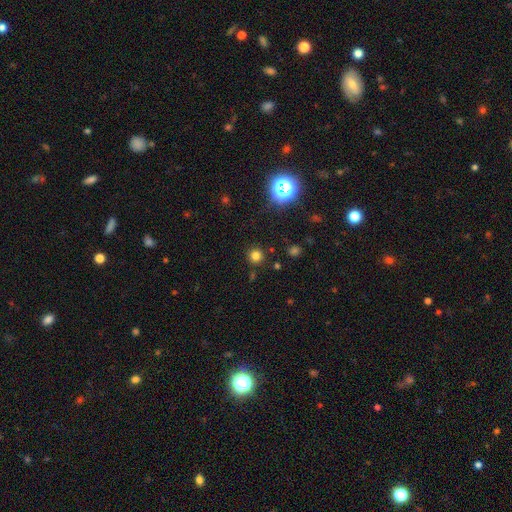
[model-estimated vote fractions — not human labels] A smooth galaxy with no disk features (75%) that is round (94%).

Vote fractions:
- Smooth or featured? smooth: 75% / star or artifact: 20% / featured or disk: 5%
- How rounded? round: 94% / in between: 5% / cigar-shaped: 1%
- Merging? none: 89% / minor disturbance: 6% / merger: 3% / major disturbance: 2%